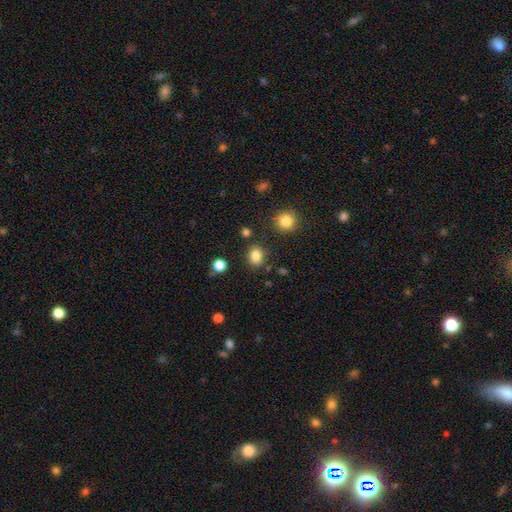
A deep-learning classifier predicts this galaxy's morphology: type=smooth (84%); roundness=round (60%); merging=none (83%).